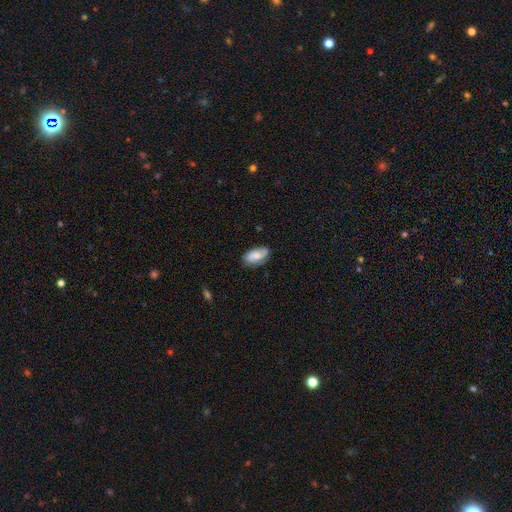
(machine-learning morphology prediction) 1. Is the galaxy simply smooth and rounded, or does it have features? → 64% smooth, 29% featured or disk, 7% star or artifact.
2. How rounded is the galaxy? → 92% in between, 4% round, 4% cigar-shaped.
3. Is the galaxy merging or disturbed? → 66% none, 26% minor disturbance, 7% major disturbance, 2% merger.